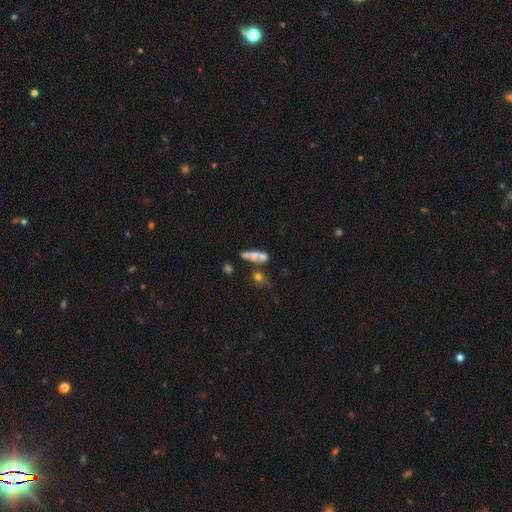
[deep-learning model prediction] Smooth or featured? smooth (50%)
How rounded? in between (45%)
Merging? merger (43%)